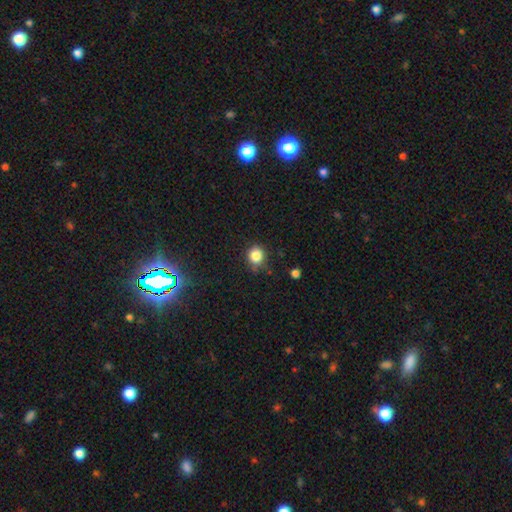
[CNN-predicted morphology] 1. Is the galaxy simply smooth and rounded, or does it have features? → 84% smooth, 11% star or artifact, 5% featured or disk.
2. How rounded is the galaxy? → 85% round, 14% in between, 1% cigar-shaped.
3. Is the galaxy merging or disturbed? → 77% none, 16% minor disturbance, 4% major disturbance, 3% merger.